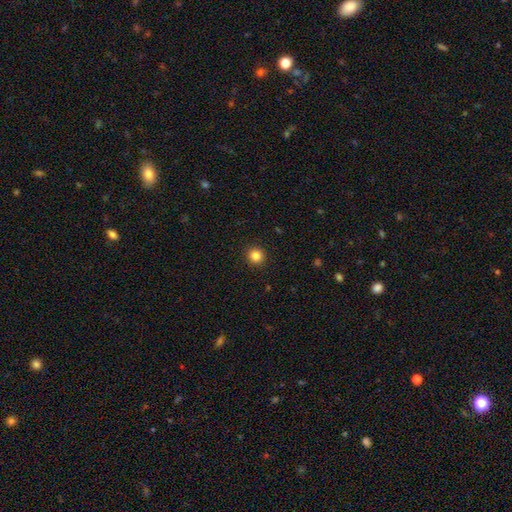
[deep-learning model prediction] Smooth or featured: smooth — 85% (star or artifact — 12%)
How rounded: round — 95% (in between — 4%)
Merging: none — 93% (minor disturbance — 4%)